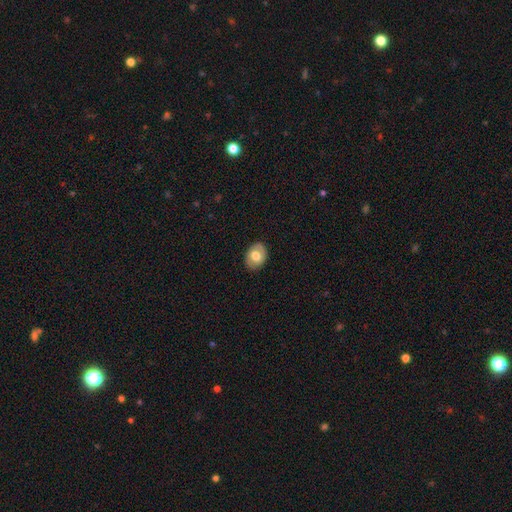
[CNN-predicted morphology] Smooth or featured? Predicted: smooth (p=0.65). How rounded? Predicted: in between (p=0.64). Merging? Predicted: none (p=0.85).